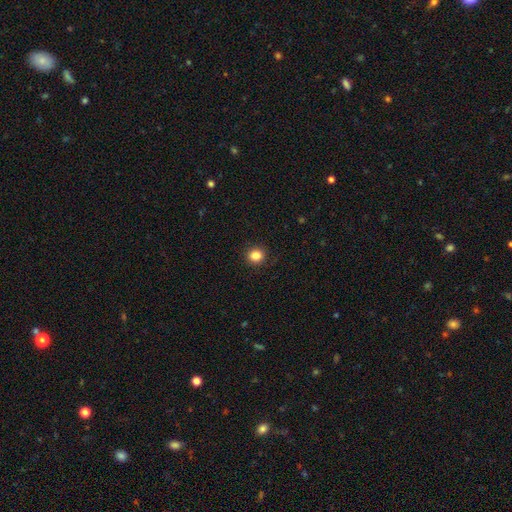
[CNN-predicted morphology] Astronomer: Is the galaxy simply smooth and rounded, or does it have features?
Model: smooth — 85%.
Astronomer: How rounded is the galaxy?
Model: round — 84%.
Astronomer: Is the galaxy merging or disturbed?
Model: none — 90%.